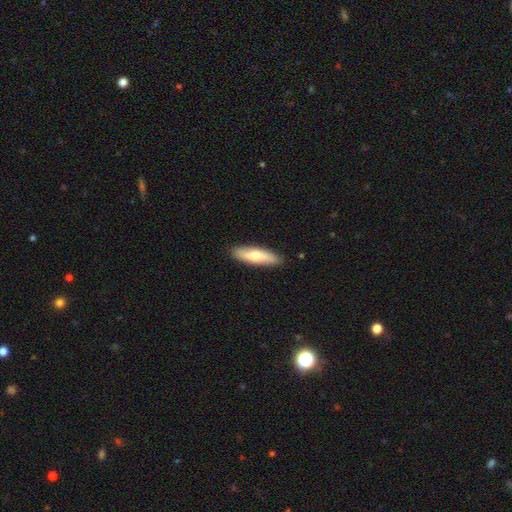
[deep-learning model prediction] Q: Smooth or featured?
A: smooth (63%); runner-up: featured or disk (32%)
Q: How rounded?
A: cigar-shaped (62%); runner-up: in between (36%)
Q: Merging?
A: none (89%); runner-up: minor disturbance (9%)